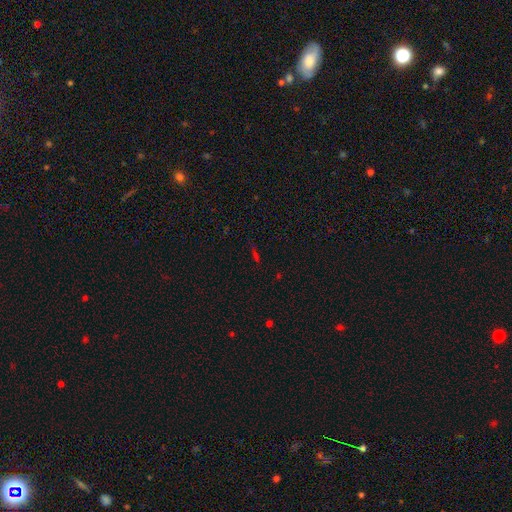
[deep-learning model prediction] This is possibly a star or artifact rather than a galaxy (50%).